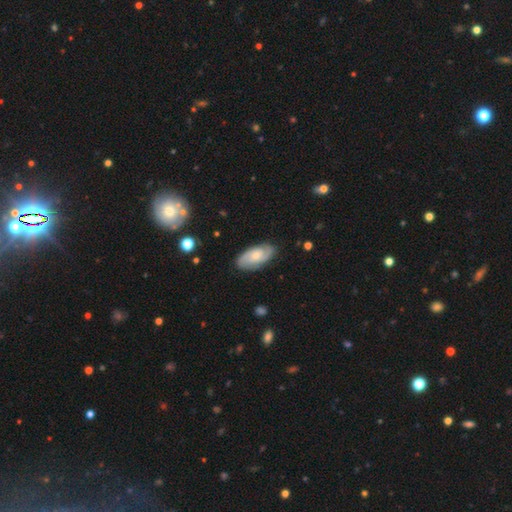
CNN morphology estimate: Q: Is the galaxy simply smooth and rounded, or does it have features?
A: featured or disk — 67%.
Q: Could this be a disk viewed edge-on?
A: no — 94%.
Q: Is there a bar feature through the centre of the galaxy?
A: no — 68%.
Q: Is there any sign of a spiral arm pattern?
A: yes — 91%.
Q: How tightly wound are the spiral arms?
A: tight — 51%.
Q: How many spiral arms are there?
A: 2 — 68%.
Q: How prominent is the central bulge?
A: small — 58%.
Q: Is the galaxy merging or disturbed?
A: none — 82%.